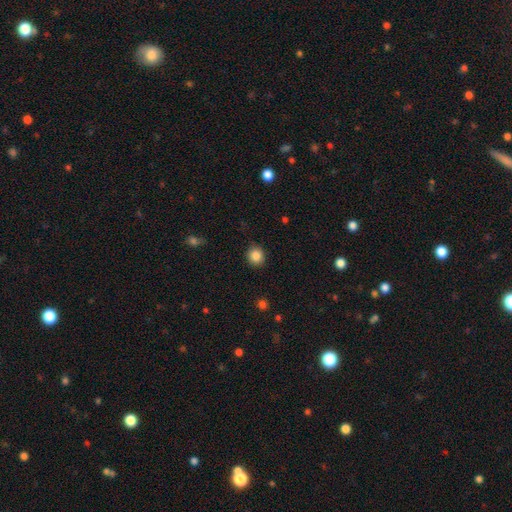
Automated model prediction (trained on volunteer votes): Smooth or featured: smooth — 86% (star or artifact — 10%)
How rounded: round — 84% (in between — 15%)
Merging: none — 88% (minor disturbance — 9%)